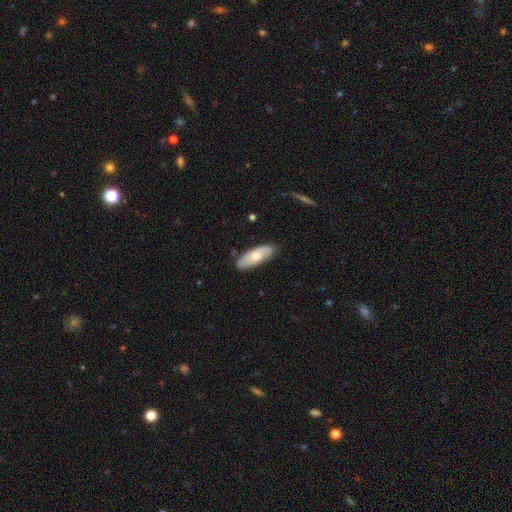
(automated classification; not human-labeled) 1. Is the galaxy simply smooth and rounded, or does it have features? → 64% smooth, 30% featured or disk, 5% star or artifact.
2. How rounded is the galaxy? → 72% in between, 26% cigar-shaped, 2% round.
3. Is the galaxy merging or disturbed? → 81% none, 15% minor disturbance, 2% major disturbance, 1% merger.